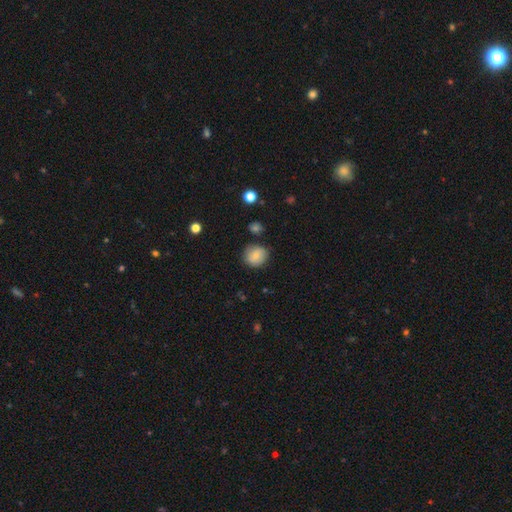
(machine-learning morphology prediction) The model was most divided on "smooth or featured": smooth: 76%, featured or disk: 15%, star or artifact: 9%. More confident: how rounded — round (85%); merging — none (78%).